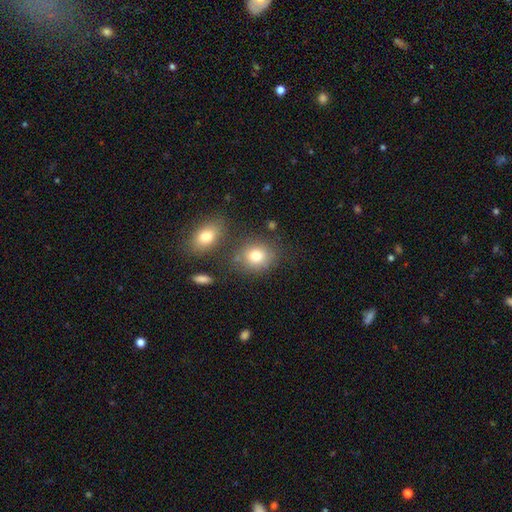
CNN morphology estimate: smooth 79%, star or artifact 11%, featured or disk 10%. Down the decision tree: how rounded — round (65%); merging — none (72%).